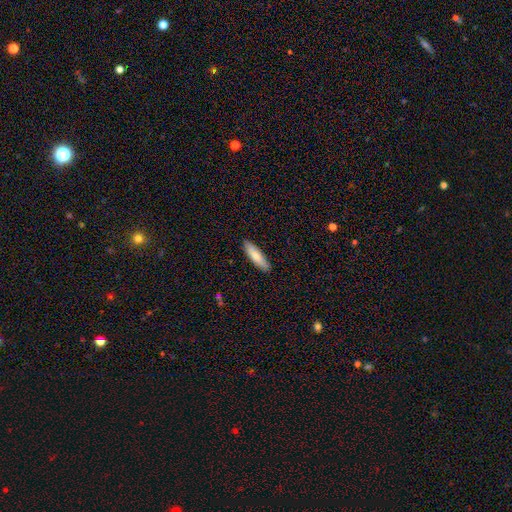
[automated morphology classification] type=smooth (78%); roundness=cigar-shaped (65%); merging=none (89%).